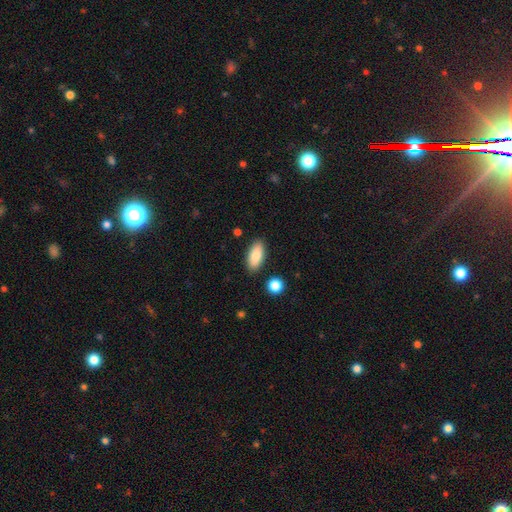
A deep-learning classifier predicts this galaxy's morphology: smooth_or_featured: smooth (p=0.83) [alt: featured or disk p=0.11]
how_rounded: in between (p=0.88) [alt: cigar-shaped p=0.09]
merging: none (p=0.87) [alt: minor disturbance p=0.09]